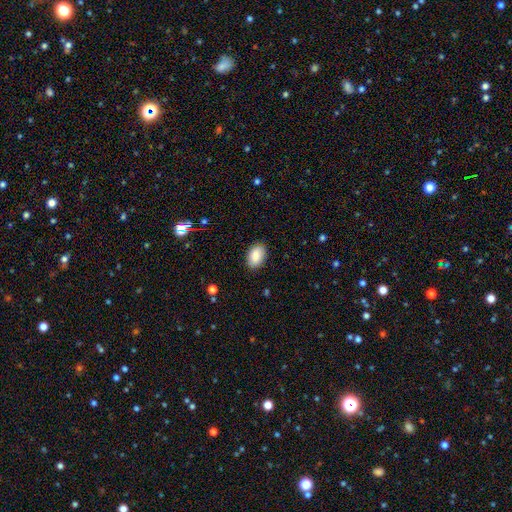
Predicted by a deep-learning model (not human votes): This is clearly a smooth galaxy (87%). How rounded: clearly in between (90%). Merging: clearly none (88%).